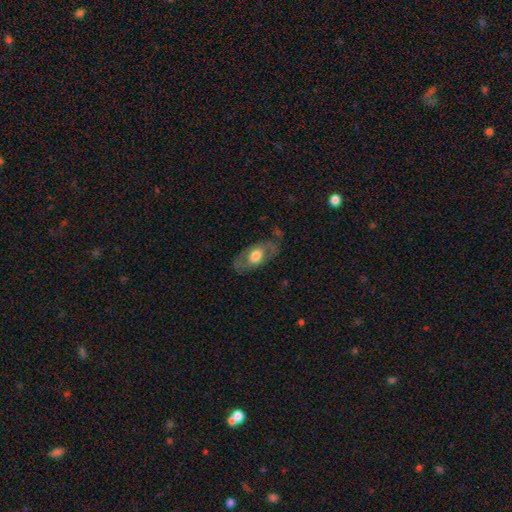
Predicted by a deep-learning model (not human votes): A featured or disk galaxy (53%). Merging: none (72%).